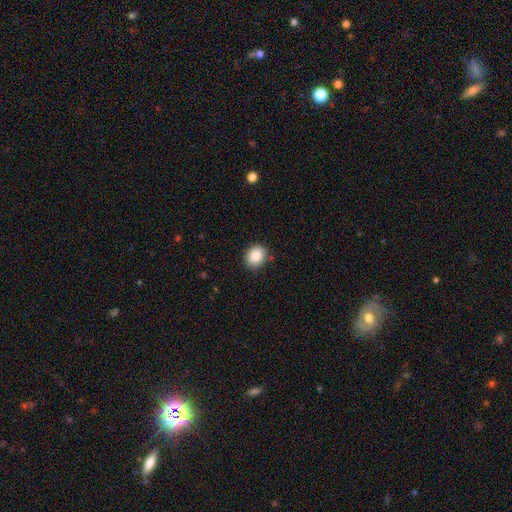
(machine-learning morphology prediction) This appears to be a smooth galaxy with no disk features (87%) that is round (67%). Merging: none (86%).